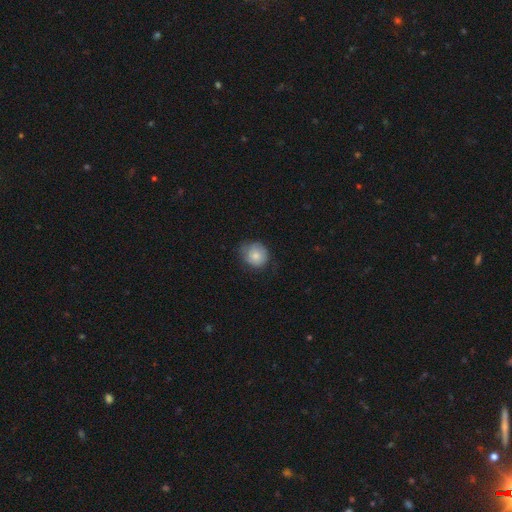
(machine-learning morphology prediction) smooth 78%, featured or disk 14%, star or artifact 8%. Down the decision tree: how rounded — round (83%); merging — none (63%).